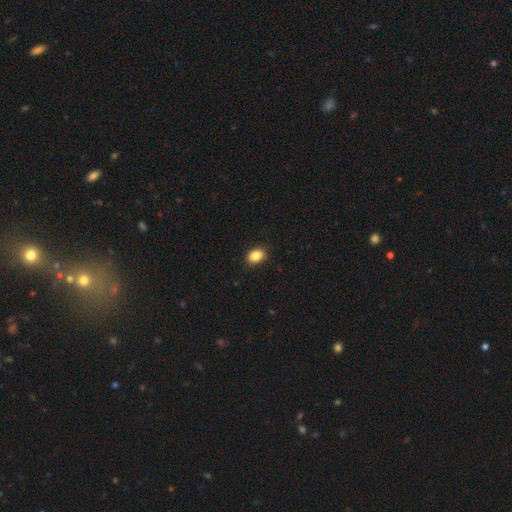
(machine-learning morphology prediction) smooth 87%, star or artifact 8%, featured or disk 5%. Down the decision tree: how rounded — in between (80%); merging — none (88%).